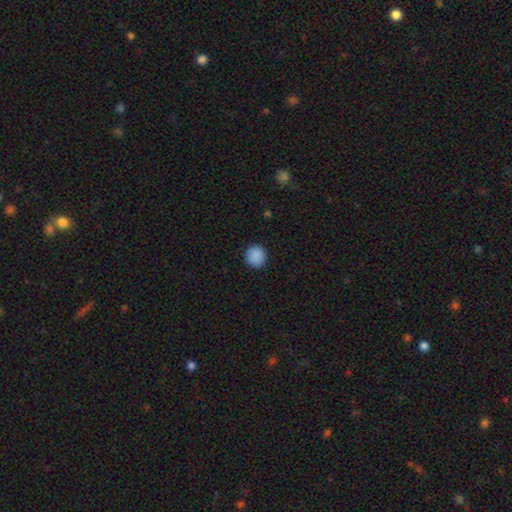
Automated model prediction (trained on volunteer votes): smooth 89%, star or artifact 8%, featured or disk 3%. Down the decision tree: how rounded — round (92%); merging — none (91%).